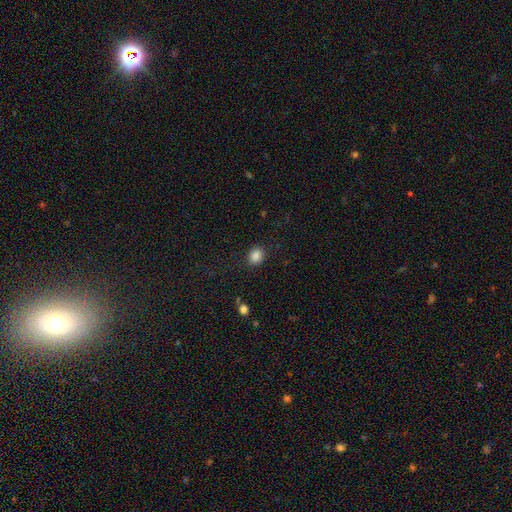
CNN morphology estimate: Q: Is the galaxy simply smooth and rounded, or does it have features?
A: smooth — 86%.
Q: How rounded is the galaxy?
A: round — 53%.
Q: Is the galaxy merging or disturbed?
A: none — 87%.